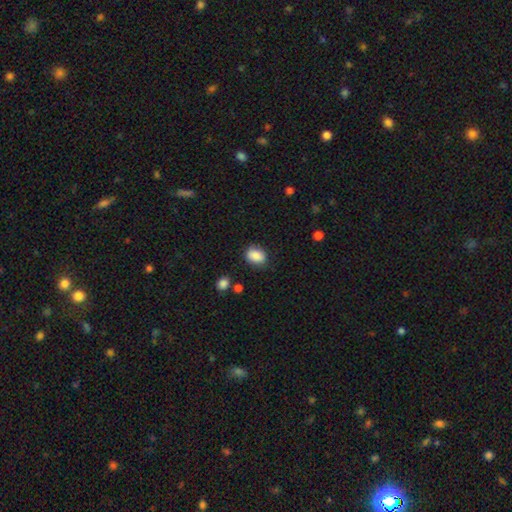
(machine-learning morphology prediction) A smooth galaxy with no disk features (87%) that is in between round and cigar-shaped (70%).

Vote fractions:
- Smooth or featured? smooth: 87% / star or artifact: 8% / featured or disk: 5%
- How rounded? in between: 70% / round: 29% / cigar-shaped: 1%
- Merging? none: 78% / minor disturbance: 16% / major disturbance: 4% / merger: 2%